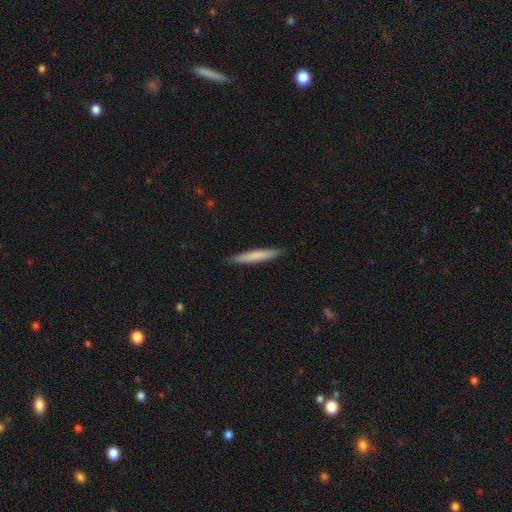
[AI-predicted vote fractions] Smooth or featured?
  - smooth: 73% *
  - featured or disk: 22%
  - star or artifact: 5%
How rounded?
  - cigar-shaped: 94% *
  - in between: 5%
  - round: 1%
Merging?
  - none: 90% *
  - minor disturbance: 7%
  - major disturbance: 1%
  - merger: 1%